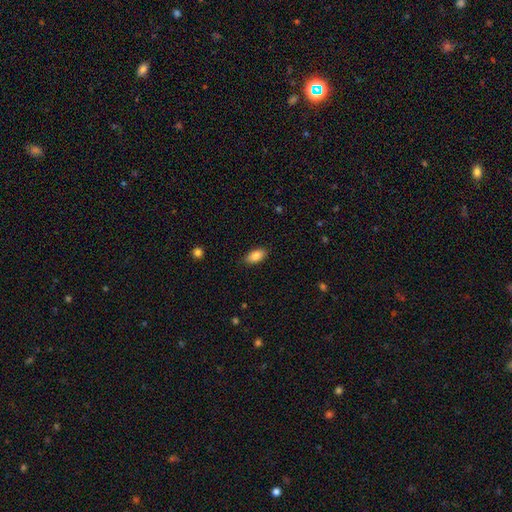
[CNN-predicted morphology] smooth_or_featured: smooth (p=0.86) [alt: star or artifact p=0.07]
how_rounded: in between (p=0.92) [alt: cigar-shaped p=0.05]
merging: none (p=0.87) [alt: minor disturbance p=0.10]